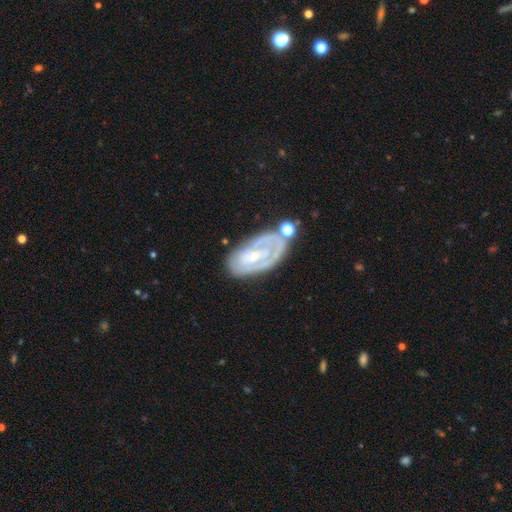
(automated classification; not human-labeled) smooth-or-featured: featured or disk: 71% | smooth: 21% | star or artifact: 8%
  disk-edge-on: no: 93% | yes: 7%
    bar: no: 54% | weak: 35% | strong: 12%
    has-spiral-arms: yes: 73% | no: 27%
    bulge-size: small: 67% | moderate: 24% | none: 5% | large: 2% | dominant: 1%
  merging: none: 57% | minor disturbance: 22% | merger: 11% | major disturbance: 10%